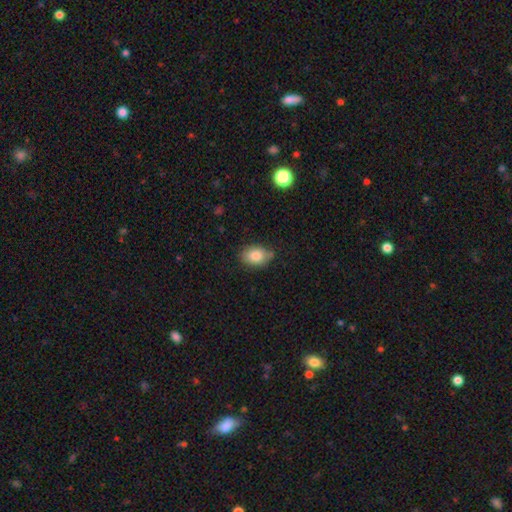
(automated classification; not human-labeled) A smooth galaxy with no disk features (84%) that is in between round and cigar-shaped (80%). Merging: none (72%).